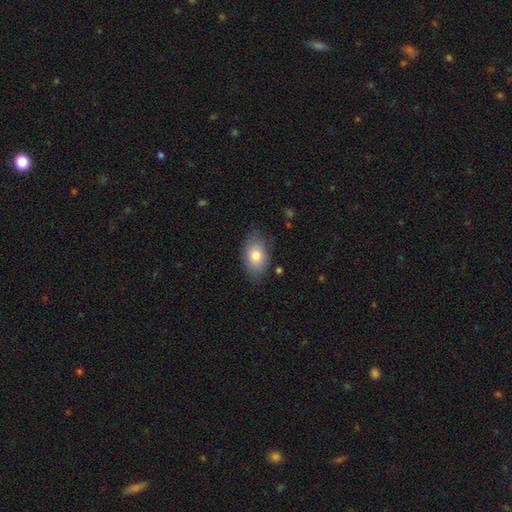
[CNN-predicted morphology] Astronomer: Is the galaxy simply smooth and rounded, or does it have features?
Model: smooth — 79%.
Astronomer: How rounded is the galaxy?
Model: in between — 88%.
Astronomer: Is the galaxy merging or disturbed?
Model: none — 78%.